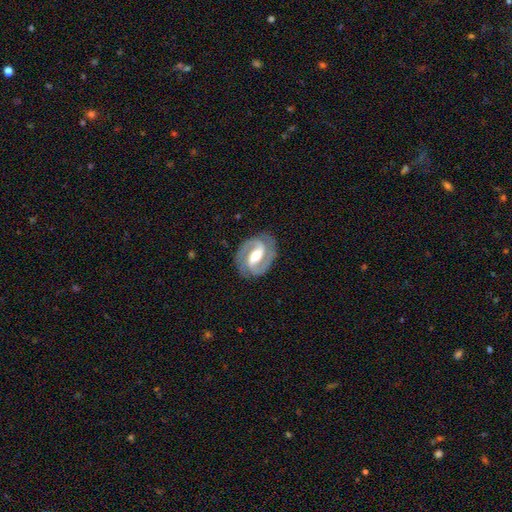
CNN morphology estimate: Q: Smooth or featured?
A: featured or disk (90%); runner-up: smooth (6%)
Q: Edge-on disk?
A: no (97%); runner-up: yes (3%)
Q: Bar?
A: strong (54%); runner-up: weak (35%)
Q: Spiral arms?
A: yes (96%); runner-up: no (4%)
Q: Spiral winding?
A: medium (53%); runner-up: tight (36%)
Q: Spiral arm count?
A: 2 (93%); runner-up: can't tell (2%)
Q: Bulge size?
A: moderate (66%); runner-up: small (16%)
Q: Merging?
A: none (85%); runner-up: minor disturbance (10%)